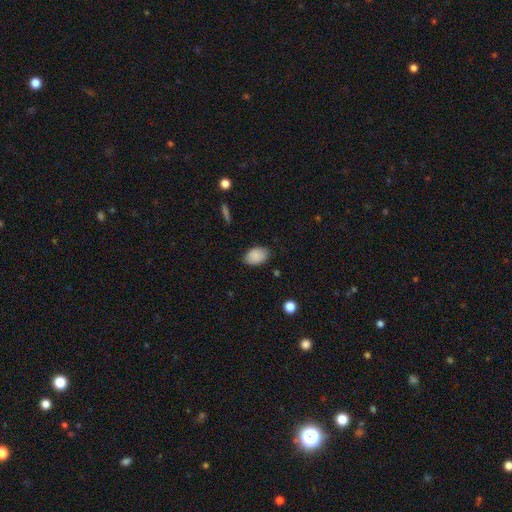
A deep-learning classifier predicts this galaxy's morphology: Smooth or featured?
  - smooth: 89% *
  - star or artifact: 7%
  - featured or disk: 4%
How rounded?
  - in between: 88% *
  - round: 11%
  - cigar-shaped: 1%
Merging?
  - none: 83% *
  - minor disturbance: 13%
  - major disturbance: 3%
  - merger: 1%